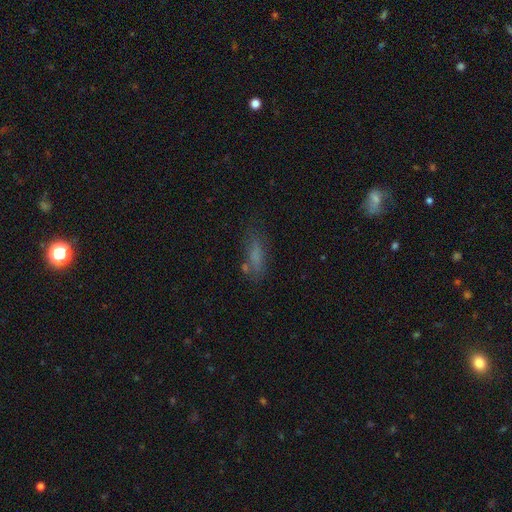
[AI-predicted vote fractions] Smooth or featured?
  - smooth: 67% *
  - featured or disk: 19%
  - star or artifact: 15%
How rounded?
  - in between: 50% *
  - cigar-shaped: 47%
  - round: 3%
Merging?
  - none: 63% *
  - minor disturbance: 20%
  - major disturbance: 10%
  - merger: 6%